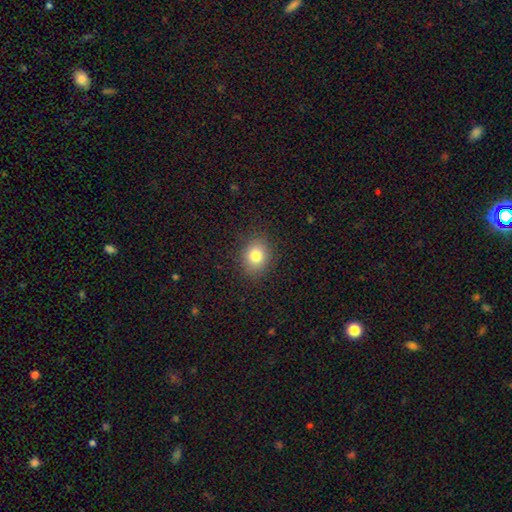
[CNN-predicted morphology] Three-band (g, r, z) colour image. It shows a smooth galaxy with no disk features (80%) that is round (56%). Merging: none (87%).